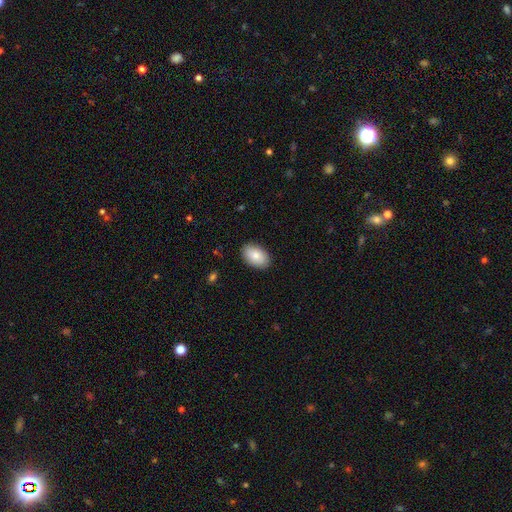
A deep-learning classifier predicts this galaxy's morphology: This appears to be a smooth galaxy with no disk features (83%) that is in between round and cigar-shaped (90%). Merging: none (88%).